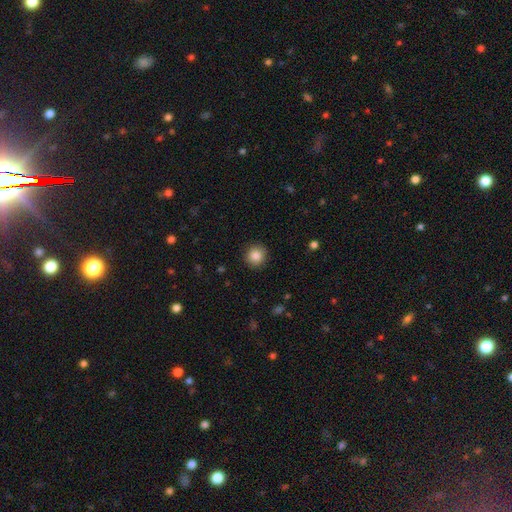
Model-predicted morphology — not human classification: Smooth or featured? smooth (87%)
How rounded? round (91%)
Merging? none (90%)